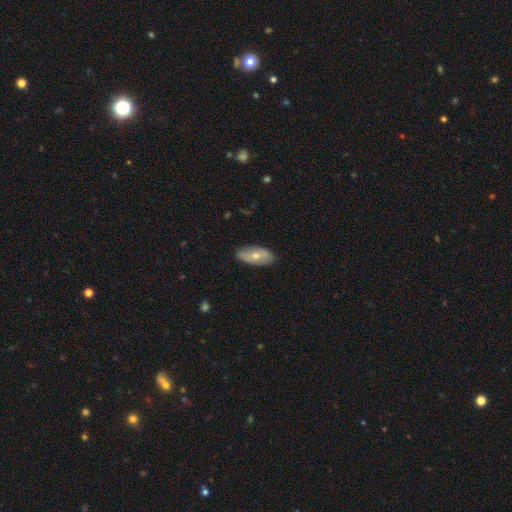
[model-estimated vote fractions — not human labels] Smooth or featured?
  - smooth: 59% *
  - featured or disk: 35%
  - star or artifact: 6%
How rounded?
  - in between: 89% *
  - cigar-shaped: 7%
  - round: 4%
Merging?
  - none: 83% *
  - minor disturbance: 14%
  - major disturbance: 2%
  - merger: 1%